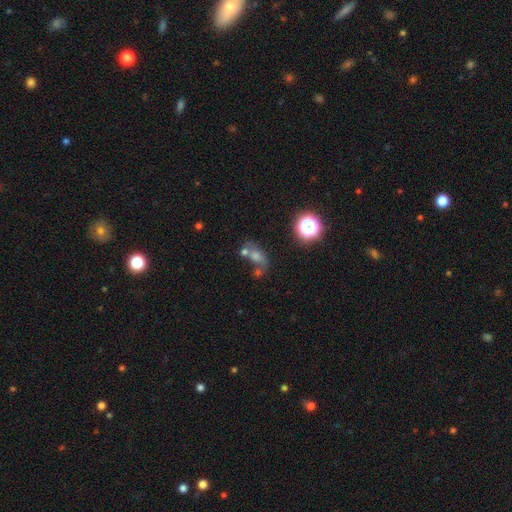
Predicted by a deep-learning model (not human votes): smooth_or_featured: smooth (p=0.50) [alt: star or artifact p=0.26]
merging: merger (p=0.41) [alt: none p=0.31]